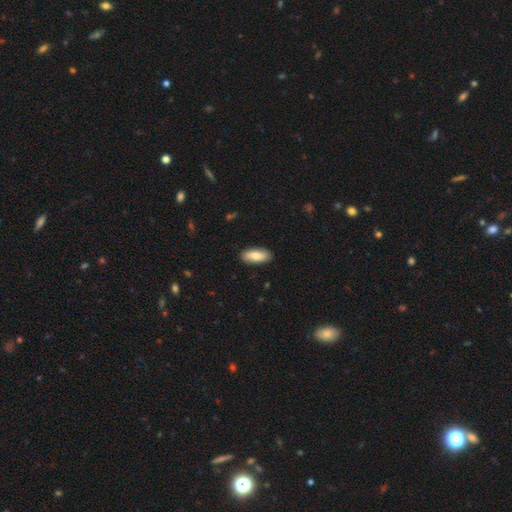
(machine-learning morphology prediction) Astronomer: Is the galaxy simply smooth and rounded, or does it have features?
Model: smooth — 80%.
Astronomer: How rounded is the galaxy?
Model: in between — 83%.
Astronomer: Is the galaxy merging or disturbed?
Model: none — 89%.